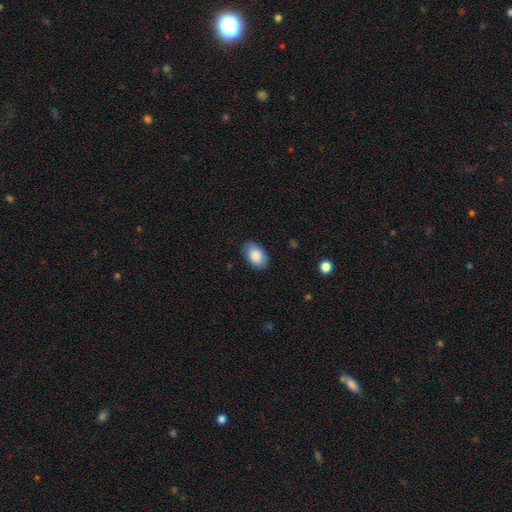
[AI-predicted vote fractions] A smooth galaxy with no disk features (87%) that is in between round and cigar-shaped (90%). Merging: none (78%).